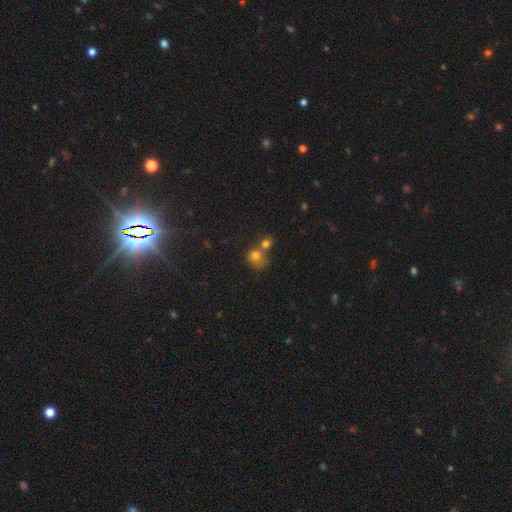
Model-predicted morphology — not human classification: The model was most divided on "merging": merger: 56%, none: 29%, minor disturbance: 9%, major disturbance: 6%. More confident: how rounded — round (74%); smooth or featured — smooth (73%).